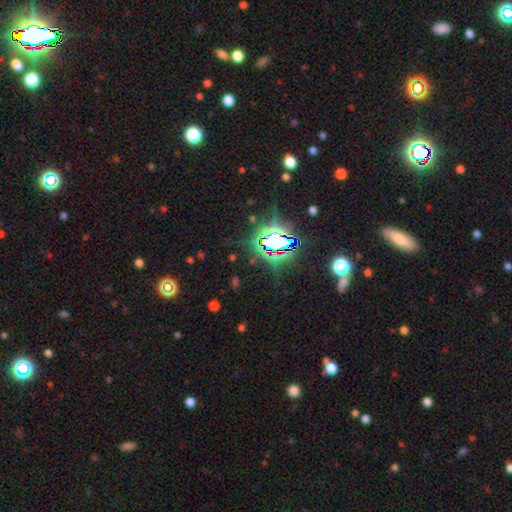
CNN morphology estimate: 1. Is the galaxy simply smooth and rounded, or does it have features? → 82% star or artifact, 11% smooth, 8% featured or disk.